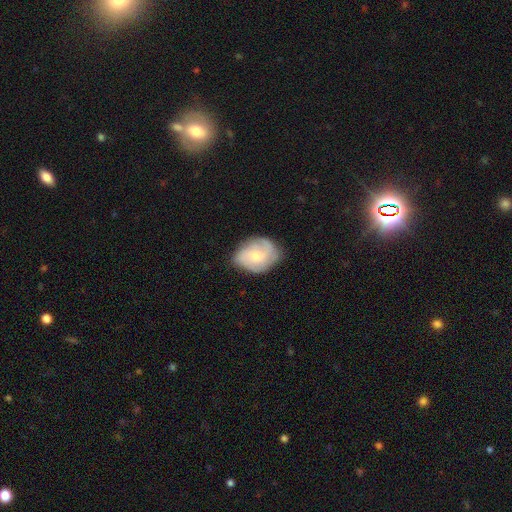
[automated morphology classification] type=featured or disk (59%); edge-on=no (97%); bar=no (70%); spiral arms=yes (87%); winding=medium (43%); arm count=3 (32%); bulge=moderate (49%); merging=none (65%).